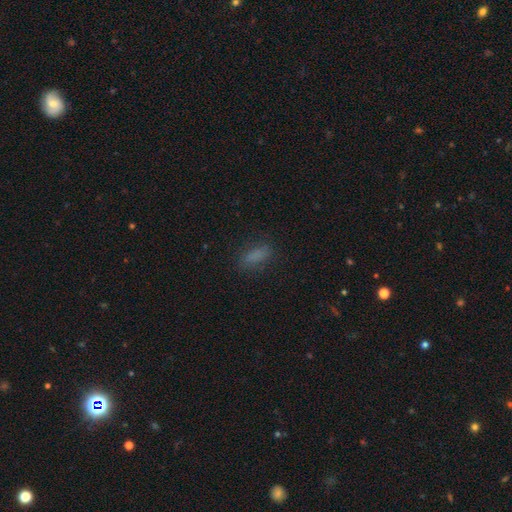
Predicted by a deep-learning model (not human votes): Smooth or featured?
  - smooth: 79% *
  - star or artifact: 13%
  - featured or disk: 8%
How rounded?
  - in between: 68% *
  - cigar-shaped: 28%
  - round: 4%
Merging?
  - none: 80% *
  - minor disturbance: 13%
  - major disturbance: 5%
  - merger: 1%